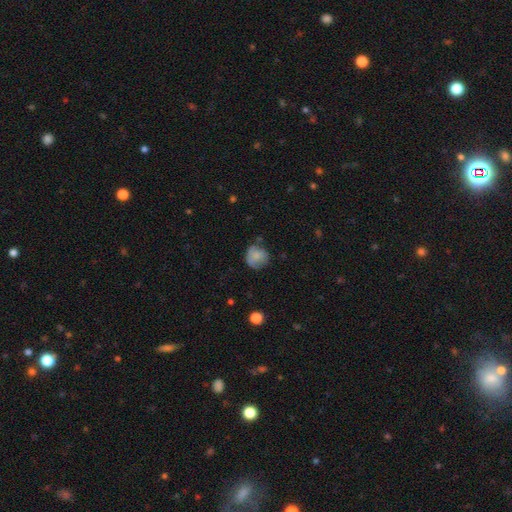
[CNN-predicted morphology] A smooth galaxy with no disk features (73%) that is round (83%).

Vote fractions:
- Smooth or featured? smooth: 73% / featured or disk: 19% / star or artifact: 9%
- How rounded? round: 83% / in between: 16% / cigar-shaped: 1%
- Merging? none: 57% / minor disturbance: 30% / major disturbance: 10% / merger: 4%